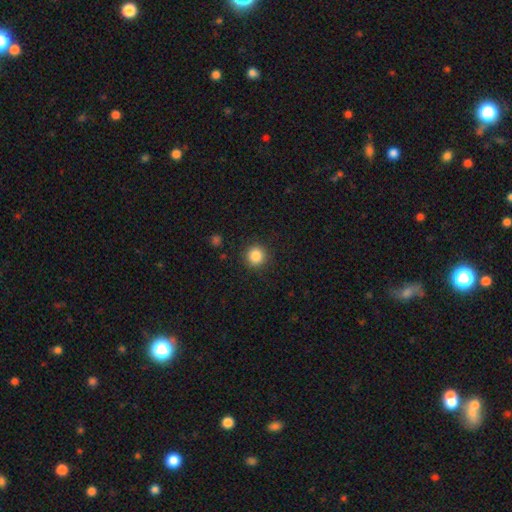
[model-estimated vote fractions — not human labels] Smooth or featured: smooth — 86% (star or artifact — 10%)
How rounded: round — 94% (in between — 5%)
Merging: none — 91% (minor disturbance — 6%)